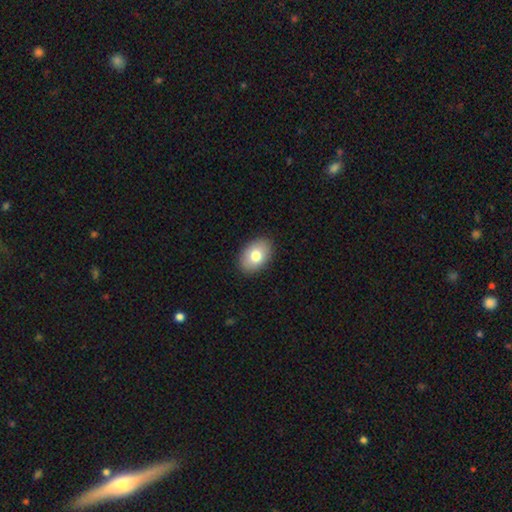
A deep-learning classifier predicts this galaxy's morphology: Smooth or featured: smooth — 78% (featured or disk — 14%)
How rounded: in between — 87% (round — 12%)
Merging: none — 89% (minor disturbance — 8%)